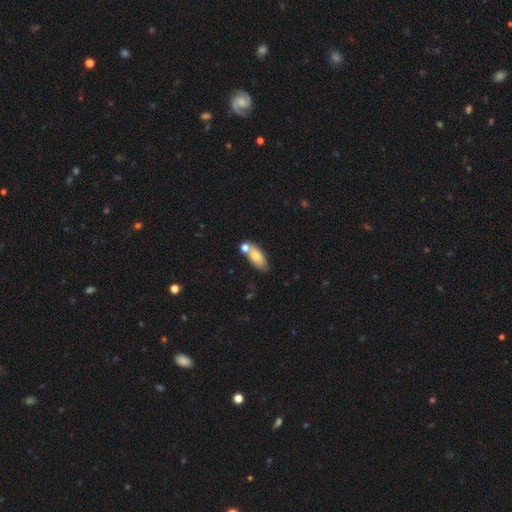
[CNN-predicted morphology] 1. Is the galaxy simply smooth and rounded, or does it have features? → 76% smooth, 17% featured or disk, 7% star or artifact.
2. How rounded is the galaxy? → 82% in between, 15% cigar-shaped, 3% round.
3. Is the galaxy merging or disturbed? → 58% none, 22% merger, 16% minor disturbance, 4% major disturbance.